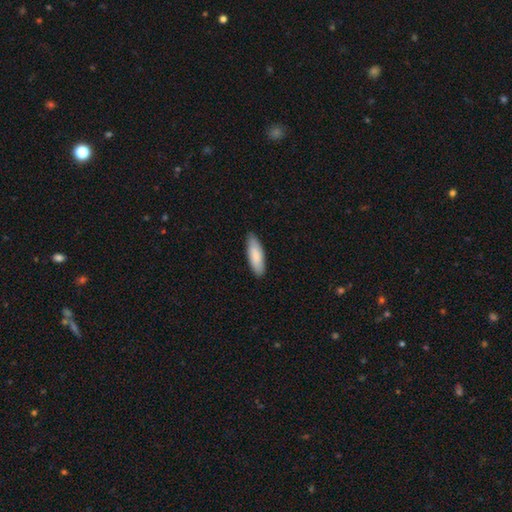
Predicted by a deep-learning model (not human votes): smooth-or-featured: smooth: 86% | featured or disk: 9% | star or artifact: 5%
  how-rounded: in between: 56% | cigar-shaped: 43% | round: 1%
  merging: none: 87% | minor disturbance: 11% | major disturbance: 2% | merger: 1%